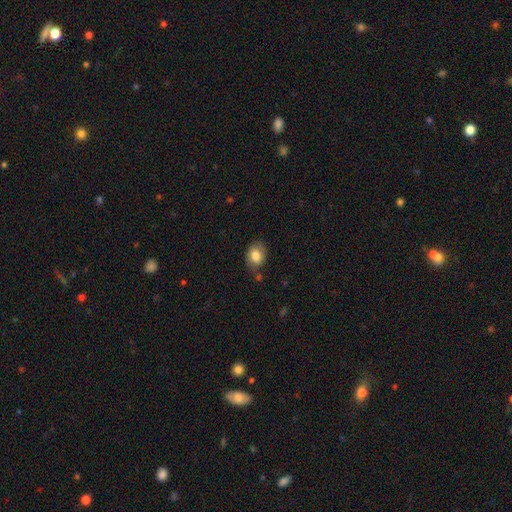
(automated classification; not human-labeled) Smooth or featured? smooth (79%)
How rounded? in between (68%)
Merging? none (70%)